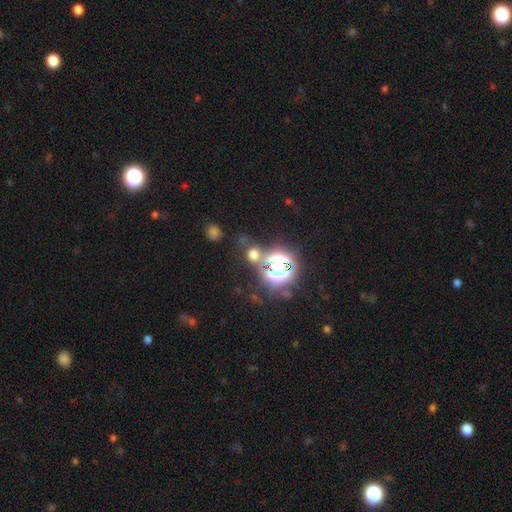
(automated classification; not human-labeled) smooth_or_featured: star or artifact (p=0.66) [alt: smooth p=0.25]